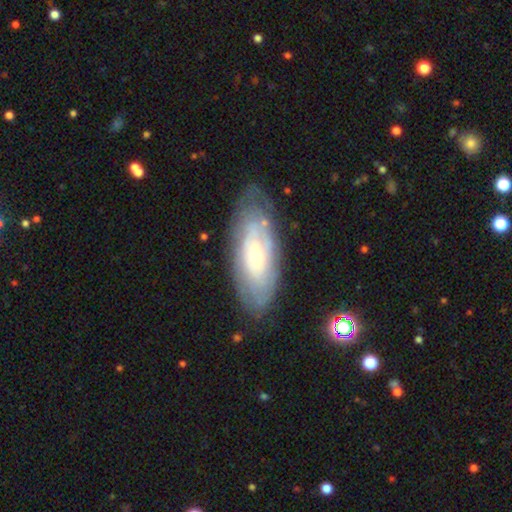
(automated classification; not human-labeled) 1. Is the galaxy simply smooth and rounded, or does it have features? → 64% featured or disk, 29% smooth, 7% star or artifact.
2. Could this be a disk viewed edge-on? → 86% no, 14% yes.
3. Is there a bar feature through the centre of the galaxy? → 72% no, 22% weak, 6% strong.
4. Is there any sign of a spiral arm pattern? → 66% yes, 34% no.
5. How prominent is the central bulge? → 63% small, 33% moderate, 3% large, 1% none, 1% dominant.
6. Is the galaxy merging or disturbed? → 74% none, 18% minor disturbance, 6% major disturbance, 2% merger.